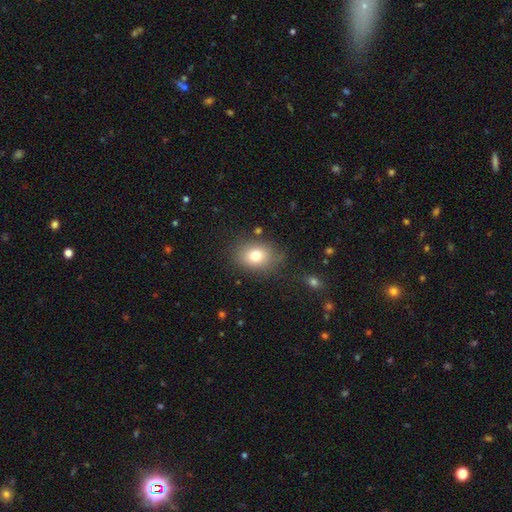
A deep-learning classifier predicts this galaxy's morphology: A smooth galaxy with no disk features (78%) that is in between round and cigar-shaped (62%). Merging: none (79%).